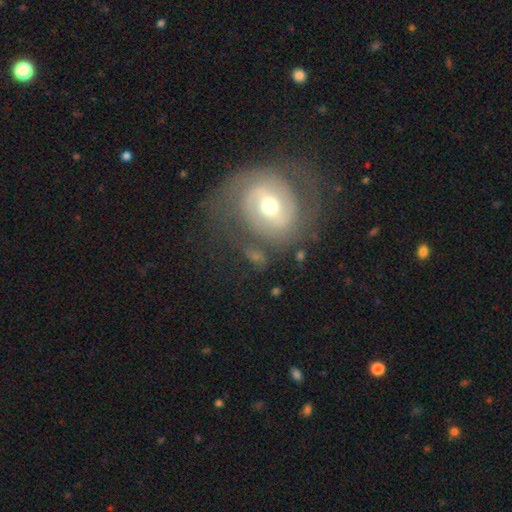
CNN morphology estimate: Q: Smooth or featured?
A: featured or disk (75%); runner-up: smooth (18%)
Q: Edge-on disk?
A: no (97%); runner-up: yes (3%)
Q: Bar?
A: weak (43%); runner-up: no (32%)
Q: Spiral arms?
A: yes (85%); runner-up: no (15%)
Q: Spiral winding?
A: tight (44%); runner-up: medium (39%)
Q: Spiral arm count?
A: 2 (77%); runner-up: can't tell (12%)
Q: Bulge size?
A: moderate (70%); runner-up: small (23%)
Q: Merging?
A: none (66%); runner-up: minor disturbance (17%)